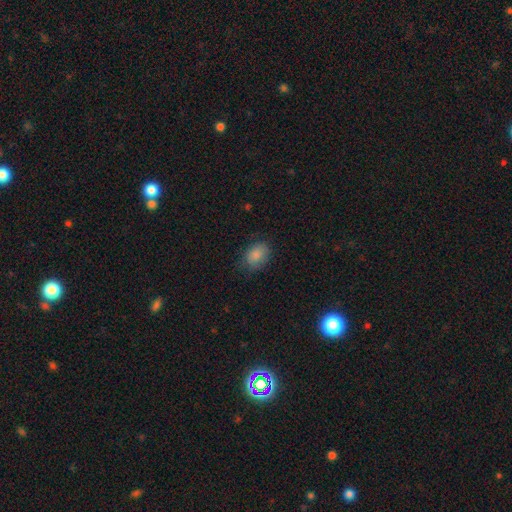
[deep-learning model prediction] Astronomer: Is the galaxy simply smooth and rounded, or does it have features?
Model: smooth — 82%.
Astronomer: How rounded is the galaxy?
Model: in between — 71%.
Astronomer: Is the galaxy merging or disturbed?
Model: none — 77%.